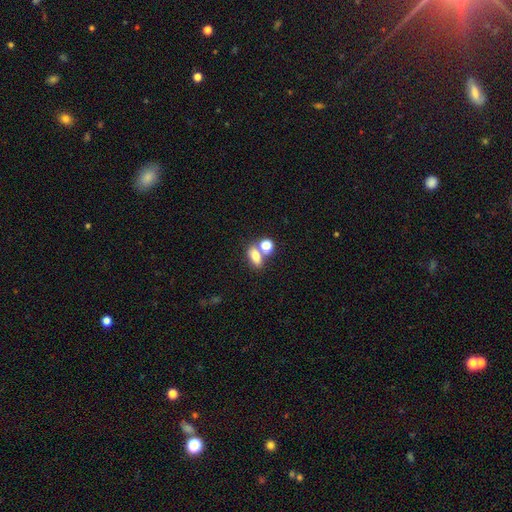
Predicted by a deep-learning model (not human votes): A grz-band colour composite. It shows a smooth galaxy with no disk features (75%) that is in between round and cigar-shaped (74%). Merging: none (48%).